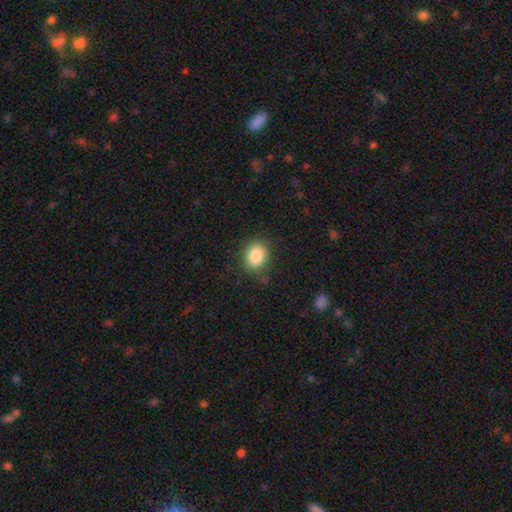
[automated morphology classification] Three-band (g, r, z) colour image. It shows a smooth galaxy with no disk features (86%) that is round (56%). Merging: none (80%).